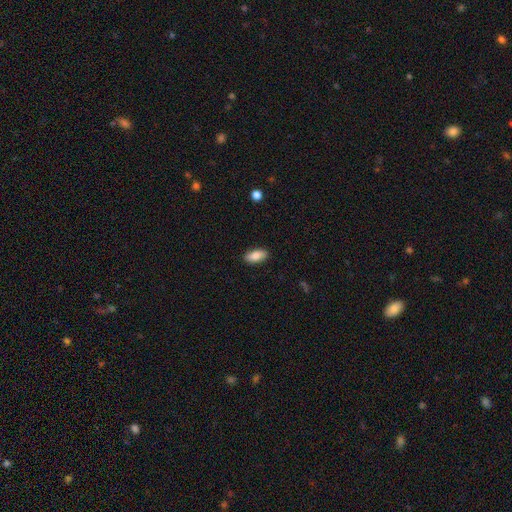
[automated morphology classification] A smooth galaxy with no disk features (84%) that is in between round and cigar-shaped (90%).

Vote fractions:
- Smooth or featured? smooth: 84% / featured or disk: 9% / star or artifact: 7%
- How rounded? in between: 90% / cigar-shaped: 7% / round: 3%
- Merging? none: 89% / minor disturbance: 8% / major disturbance: 2% / merger: 1%